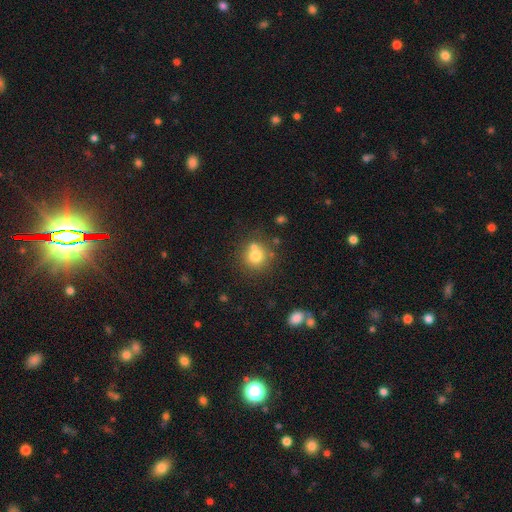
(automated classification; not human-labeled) Q: Smooth or featured?
A: smooth (75%); runner-up: featured or disk (13%)
Q: How rounded?
A: round (90%); runner-up: in between (9%)
Q: Merging?
A: none (63%); runner-up: merger (23%)